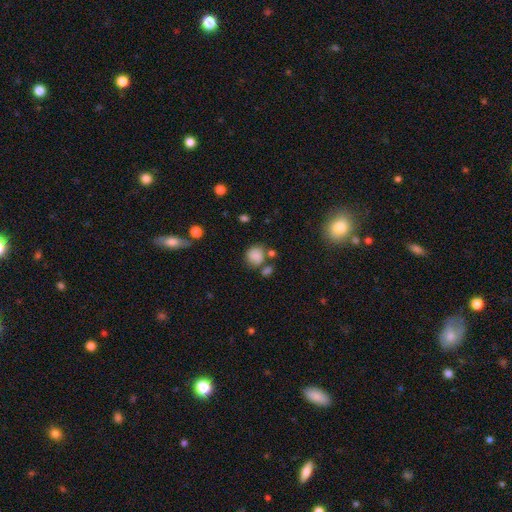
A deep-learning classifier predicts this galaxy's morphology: Q: Smooth or featured?
A: smooth (81%); runner-up: star or artifact (11%)
Q: How rounded?
A: round (79%); runner-up: in between (20%)
Q: Merging?
A: none (59%); runner-up: minor disturbance (18%)